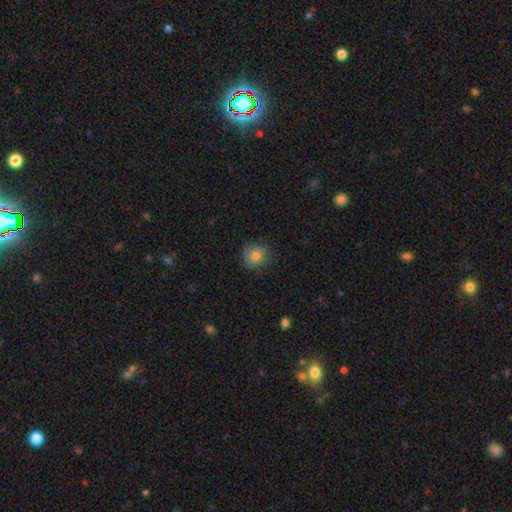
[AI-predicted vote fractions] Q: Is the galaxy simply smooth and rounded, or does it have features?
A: smooth — 79%.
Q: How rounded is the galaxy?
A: round — 89%.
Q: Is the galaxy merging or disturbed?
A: none — 76%.